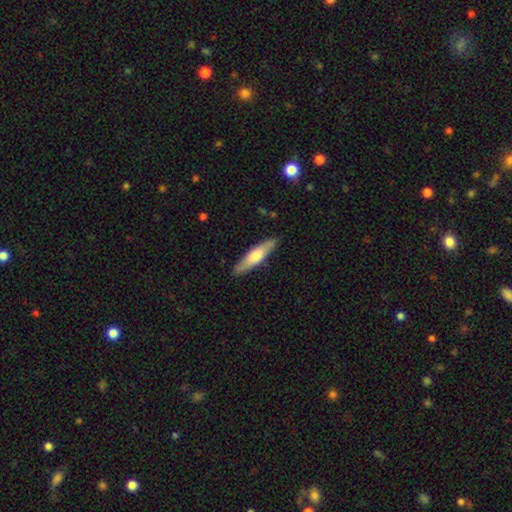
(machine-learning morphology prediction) type=smooth (59%); roundness=cigar-shaped (77%); merging=none (88%).